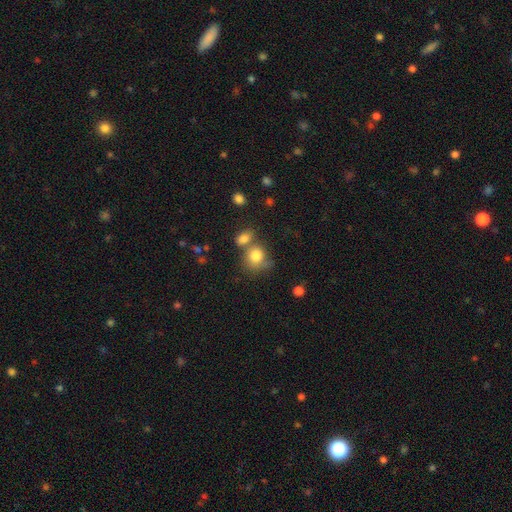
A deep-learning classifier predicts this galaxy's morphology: The model was most divided on "merging": none: 43%, merger: 34%, minor disturbance: 15%, major disturbance: 8%. More confident: smooth or featured — smooth (81%); how rounded — round (70%).